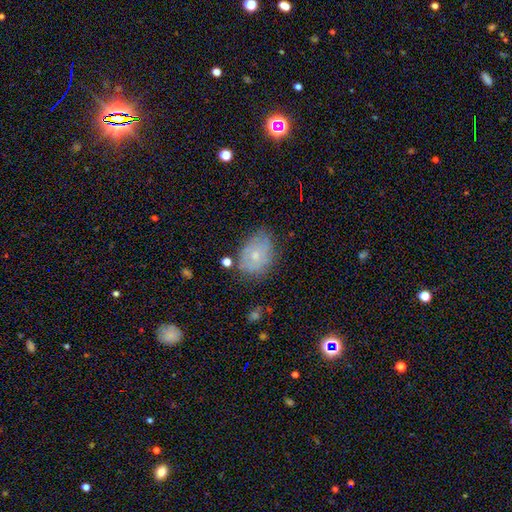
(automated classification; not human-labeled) This is possibly a smooth galaxy (57%). How rounded: likely in between (73%). Merging: likely none (63%).